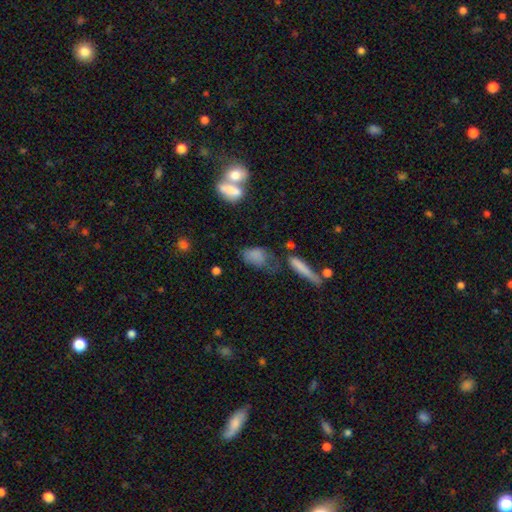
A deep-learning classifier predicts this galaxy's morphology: Smooth or featured: smooth — 75% (featured or disk — 13%)
How rounded: in between — 80% (round — 14%)
Merging: none — 34% (minor disturbance — 25%)